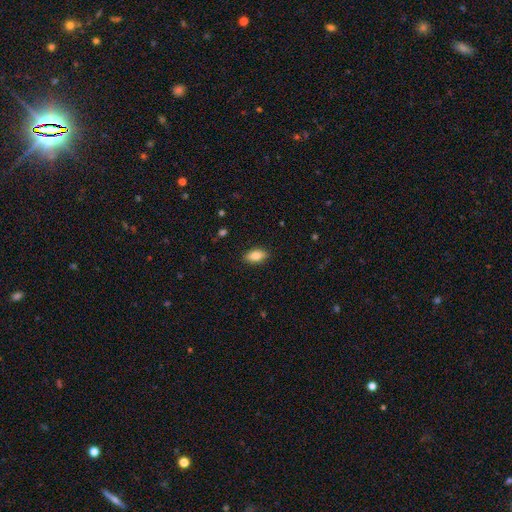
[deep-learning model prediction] This appears to be a smooth galaxy with no disk features (84%) that is in between round and cigar-shaped (90%). Merging: none (88%).